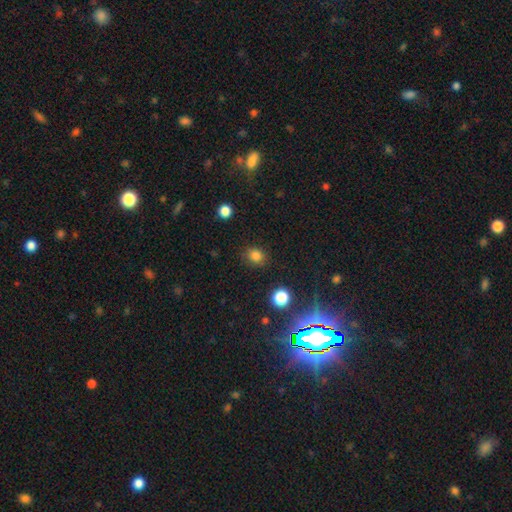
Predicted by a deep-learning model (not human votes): smooth_or_featured: smooth (p=0.81) [alt: star or artifact p=0.14]
how_rounded: round (p=0.71) [alt: in between p=0.28]
merging: none (p=0.85) [alt: minor disturbance p=0.10]